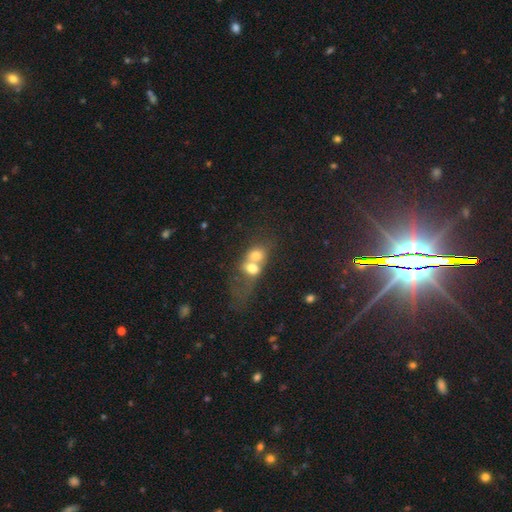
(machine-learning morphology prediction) smooth_or_featured: smooth (p=0.65) [alt: featured or disk p=0.24]
how_rounded: round (p=0.52) [alt: in between p=0.46]
merging: merger (p=0.78) [alt: none p=0.12]